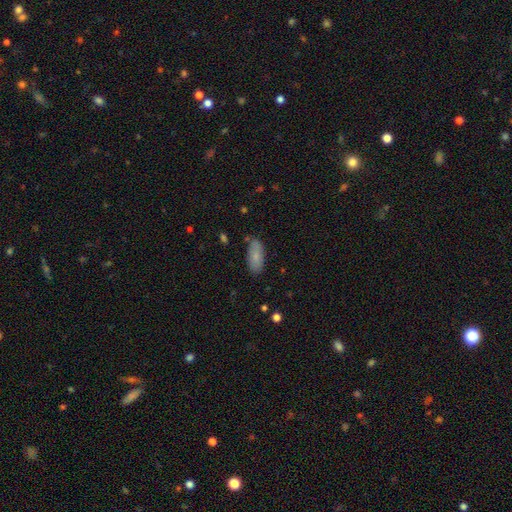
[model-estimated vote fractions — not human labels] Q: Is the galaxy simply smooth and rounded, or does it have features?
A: smooth — 82%.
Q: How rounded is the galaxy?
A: in between — 83%.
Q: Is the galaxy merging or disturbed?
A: none — 82%.